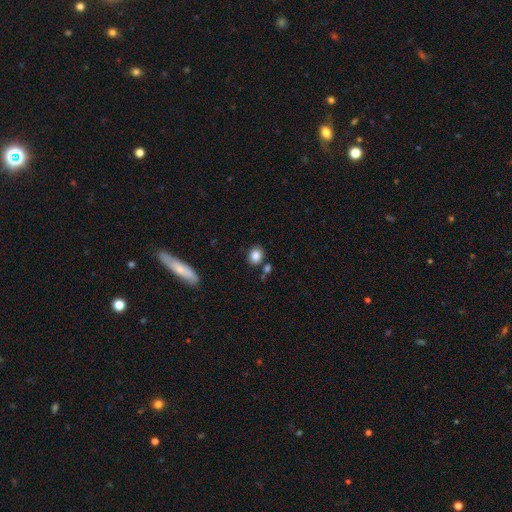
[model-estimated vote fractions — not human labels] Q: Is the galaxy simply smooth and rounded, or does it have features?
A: smooth — 85%.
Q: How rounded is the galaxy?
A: round — 60%.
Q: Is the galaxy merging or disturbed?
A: none — 76%.